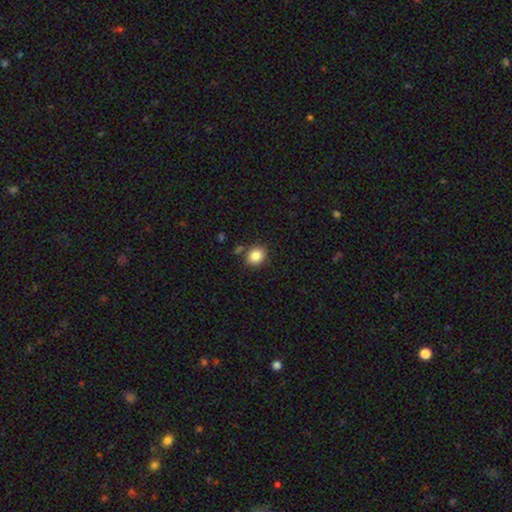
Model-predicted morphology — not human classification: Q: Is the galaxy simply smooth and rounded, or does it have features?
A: smooth — 85%.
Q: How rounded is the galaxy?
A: round — 70%.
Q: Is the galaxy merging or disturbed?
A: none — 82%.